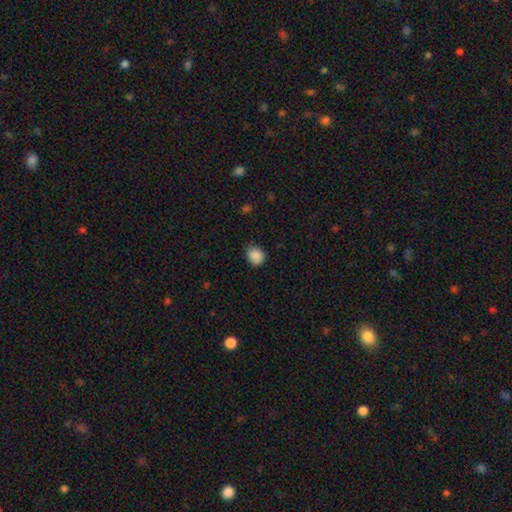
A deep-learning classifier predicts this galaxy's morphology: smooth_or_featured: smooth (p=0.88) [alt: star or artifact p=0.09]
how_rounded: round (p=0.66) [alt: in between p=0.33]
merging: none (p=0.76) [alt: minor disturbance p=0.20]